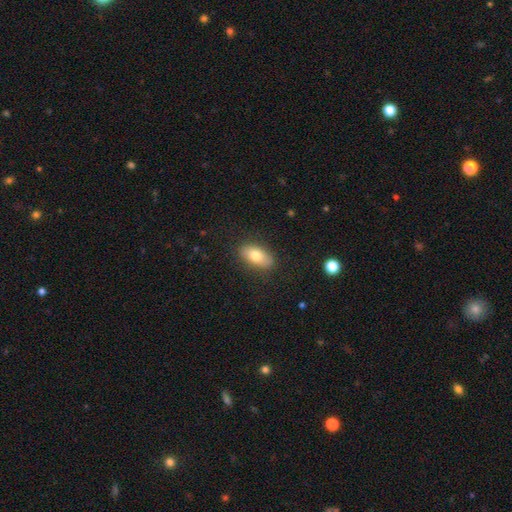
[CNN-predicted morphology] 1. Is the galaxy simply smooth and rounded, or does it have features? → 75% smooth, 17% featured or disk, 7% star or artifact.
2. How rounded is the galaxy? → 89% in between, 6% round, 5% cigar-shaped.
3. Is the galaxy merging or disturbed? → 84% none, 11% minor disturbance, 3% major disturbance, 1% merger.